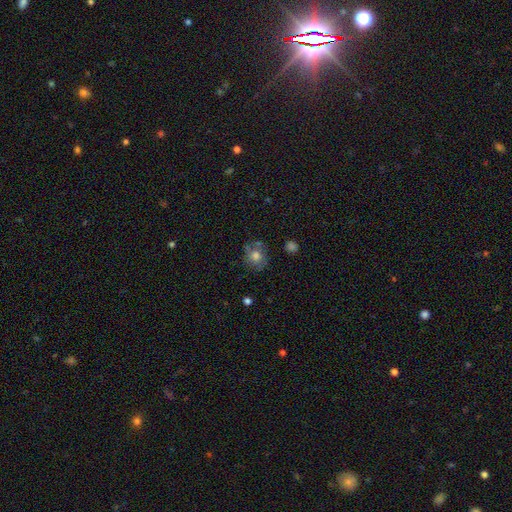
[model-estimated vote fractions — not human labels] Smooth or featured: smooth — 72% (featured or disk — 18%)
How rounded: round — 76% (in between — 23%)
Merging: none — 67% (minor disturbance — 19%)